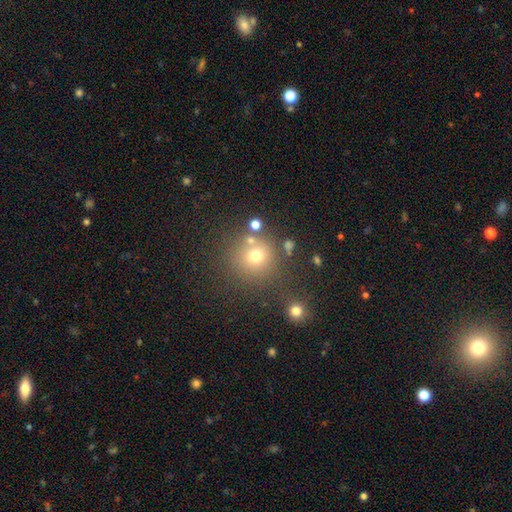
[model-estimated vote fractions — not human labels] This appears to be a smooth galaxy with no disk features (71%) that is round (91%). Merging: none (73%).